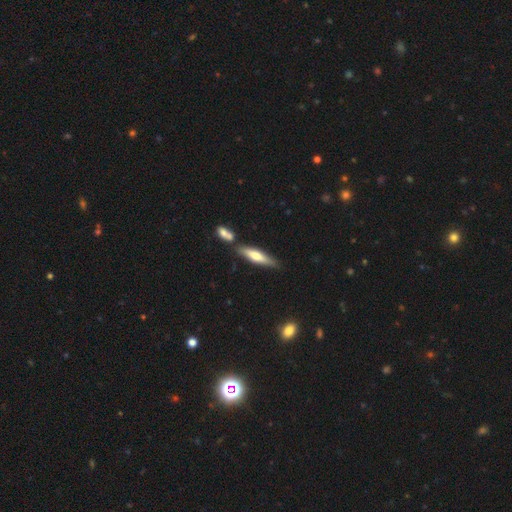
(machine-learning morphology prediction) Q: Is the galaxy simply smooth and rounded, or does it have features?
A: smooth — 53%.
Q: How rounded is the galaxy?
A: cigar-shaped — 78%.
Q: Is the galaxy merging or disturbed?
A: none — 72%.